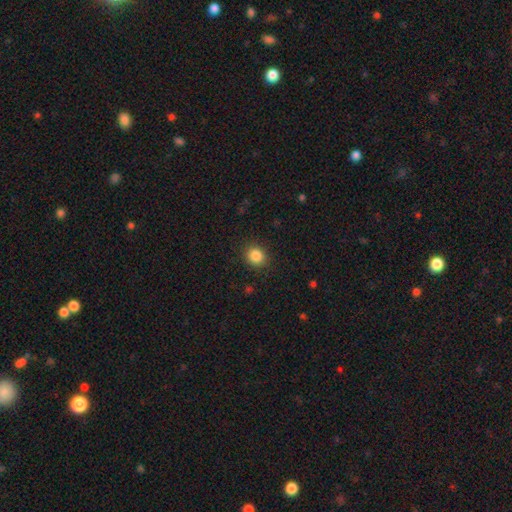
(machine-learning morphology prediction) A smooth galaxy with no disk features (85%) that is round (81%). Merging: none (89%).